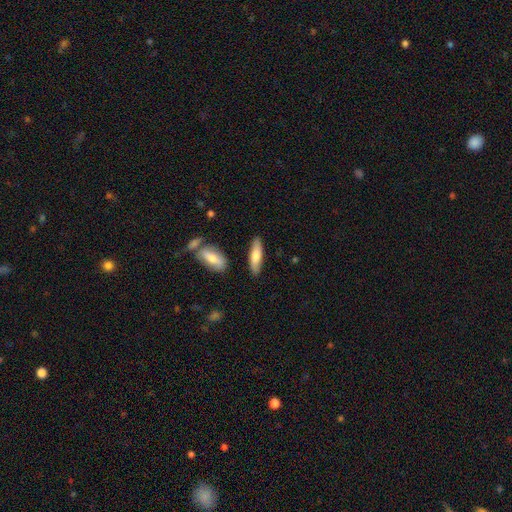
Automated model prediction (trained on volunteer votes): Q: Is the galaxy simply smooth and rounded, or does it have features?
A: smooth — 69%.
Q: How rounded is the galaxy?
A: cigar-shaped — 59%.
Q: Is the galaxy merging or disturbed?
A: none — 83%.